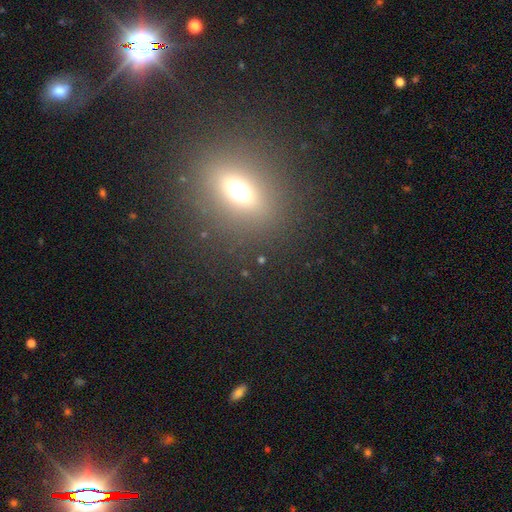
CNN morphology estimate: Smooth or featured? Predicted: smooth (p=0.42). Merging? Predicted: none (p=0.89).